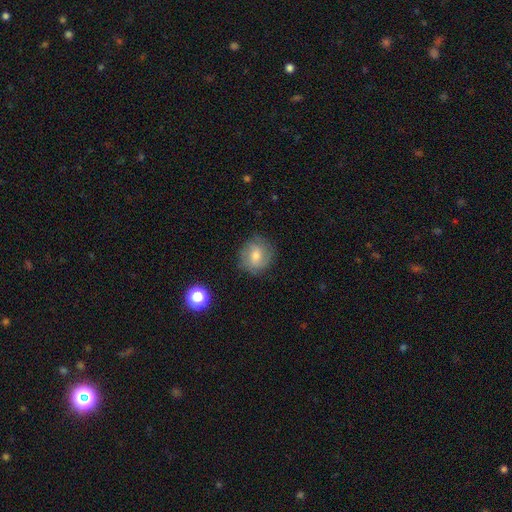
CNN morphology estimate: type=smooth (52%); roundness=round (80%); merging=none (79%).